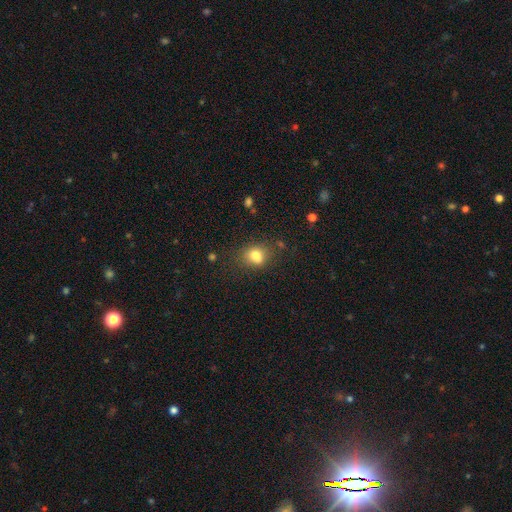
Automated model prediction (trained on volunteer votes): Smooth or featured? Predicted: smooth (p=0.79). How rounded? Predicted: in between (p=0.52). Merging? Predicted: none (p=0.61).